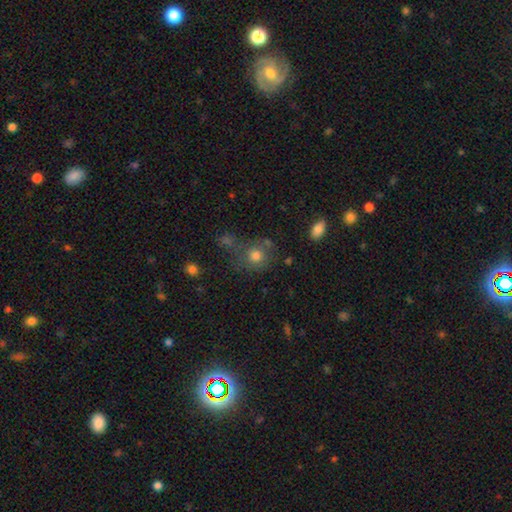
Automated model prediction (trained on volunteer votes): smooth_or_featured: smooth (p=0.74) [alt: featured or disk p=0.14]
how_rounded: round (p=0.83) [alt: in between p=0.16]
merging: none (p=0.58) [alt: minor disturbance p=0.16]